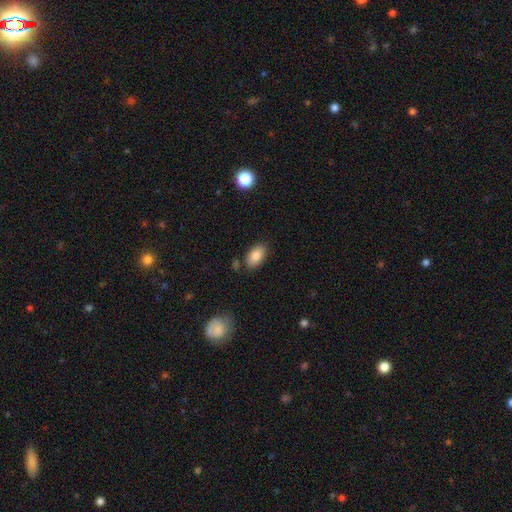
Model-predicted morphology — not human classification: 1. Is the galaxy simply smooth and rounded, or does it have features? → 84% smooth, 8% star or artifact, 8% featured or disk.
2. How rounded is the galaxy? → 93% in between, 5% round, 2% cigar-shaped.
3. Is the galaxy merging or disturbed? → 80% none, 13% minor disturbance, 4% merger, 3% major disturbance.